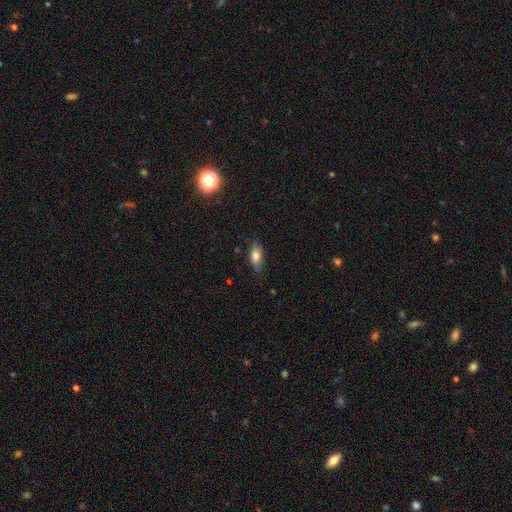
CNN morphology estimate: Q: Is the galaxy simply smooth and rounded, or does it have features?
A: smooth — 78%.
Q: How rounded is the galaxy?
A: in between — 82%.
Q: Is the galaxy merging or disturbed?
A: none — 76%.